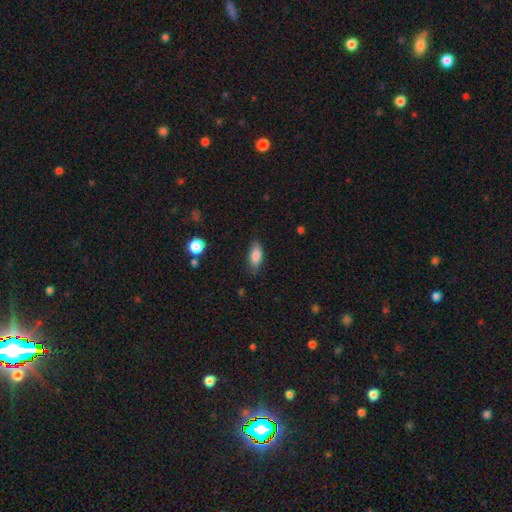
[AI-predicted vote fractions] A smooth galaxy with no disk features (83%) that is in between round and cigar-shaped (81%). Merging: none (76%).